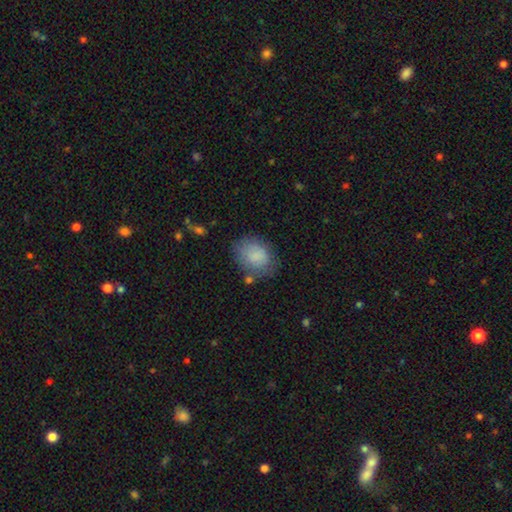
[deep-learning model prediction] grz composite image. It shows a smooth galaxy with no disk features (82%) that is in between round and cigar-shaped (60%). Merging: none (65%).